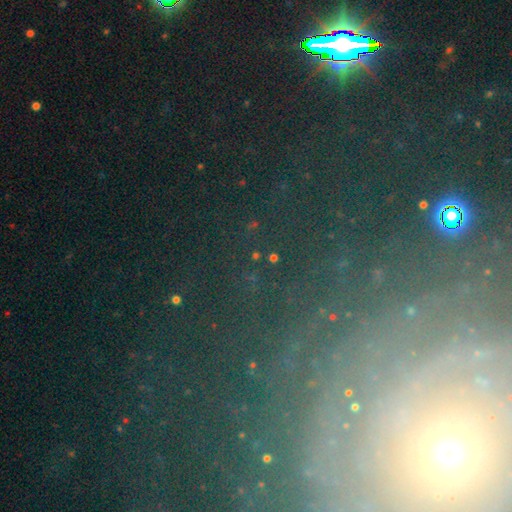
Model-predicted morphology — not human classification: This appears to be a star or artifact, not a galaxy (63%).